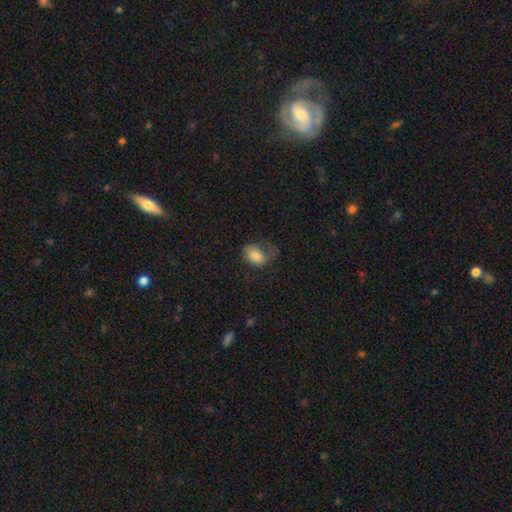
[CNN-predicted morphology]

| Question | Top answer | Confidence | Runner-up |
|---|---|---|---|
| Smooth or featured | smooth | 71% | featured or disk (20%) |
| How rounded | in between | 81% | round (17%) |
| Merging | none | 36% | major disturbance (35%) |